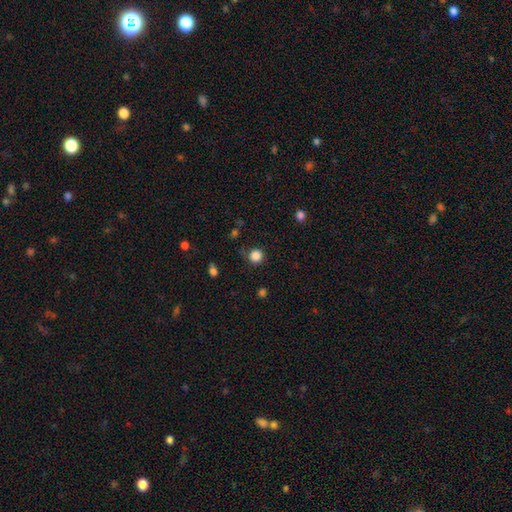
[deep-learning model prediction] Overall: smooth (85%). How rounded: round (93%). Merging: none (83%).